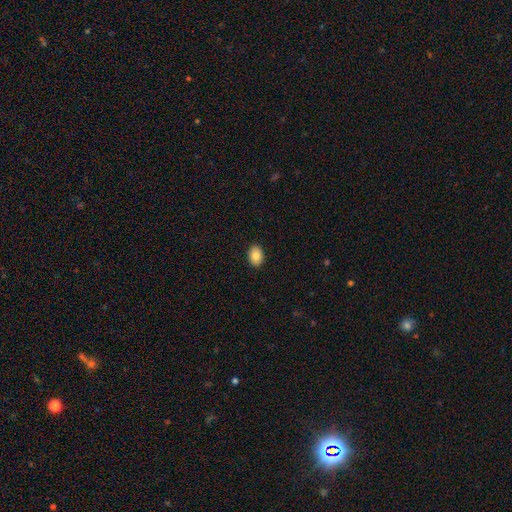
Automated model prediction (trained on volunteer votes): Morphology: type=smooth (84%); roundness=in between (81%); merging=none (91%).